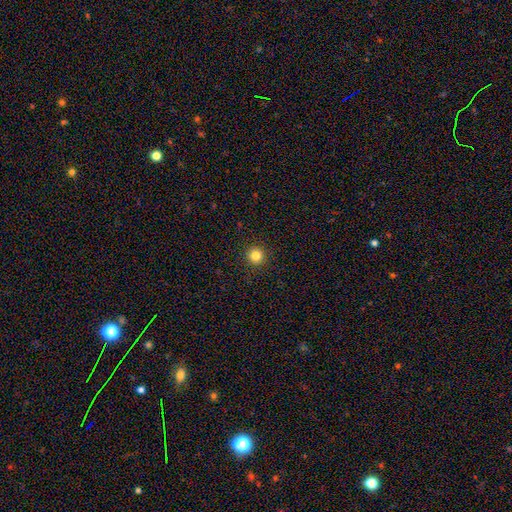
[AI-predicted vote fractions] Smooth or featured? smooth (82%)
How rounded? round (96%)
Merging? none (93%)